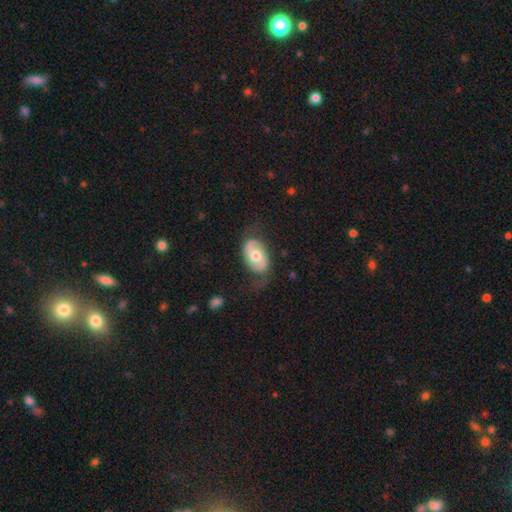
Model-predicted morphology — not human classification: Smooth or featured: featured or disk — 54% (smooth — 40%)
Edge-on disk: no — 94% (yes — 6%)
Bar: no — 67% (weak — 24%)
Spiral arms: yes — 62% (no — 38%)
Bulge size: moderate — 74% (large — 16%)
Merging: none — 62% (minor disturbance — 22%)